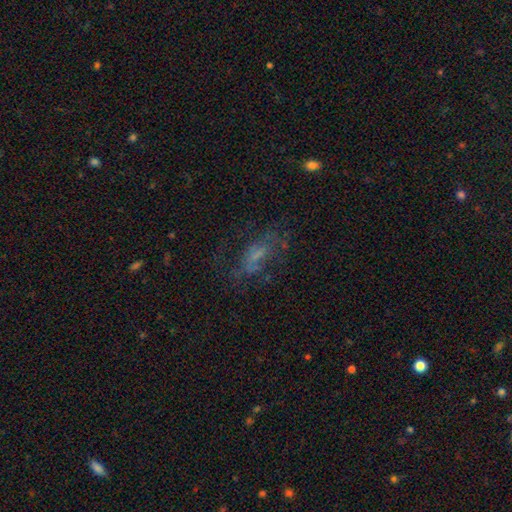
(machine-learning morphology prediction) smooth_or_featured: featured or disk (p=0.45) [alt: smooth p=0.36]
merging: none (p=0.50) [alt: major disturbance p=0.27]